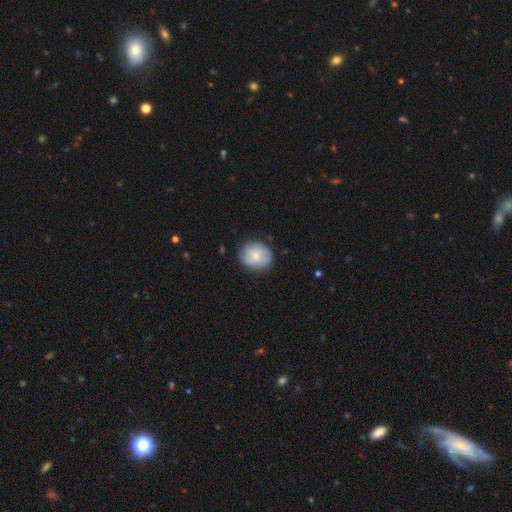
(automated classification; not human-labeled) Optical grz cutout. It shows a smooth galaxy with no disk features (72%) that is round (83%). Merging: none (81%).